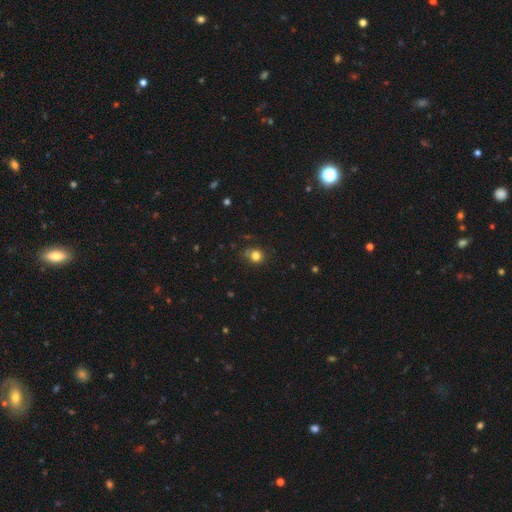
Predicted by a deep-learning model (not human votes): Smooth or featured: smooth — 80% (star or artifact — 14%)
How rounded: round — 81% (in between — 18%)
Merging: none — 74% (minor disturbance — 17%)